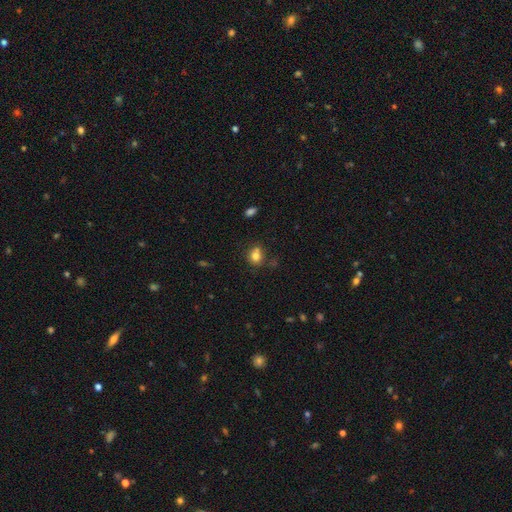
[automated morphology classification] This appears to be a smooth galaxy with no disk features (77%) that is round (66%). Merging: none (53%).